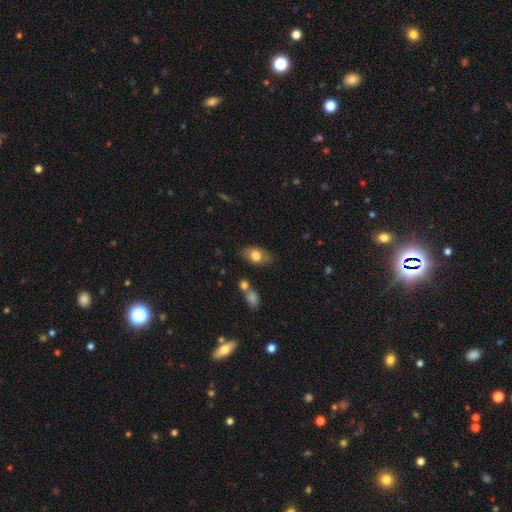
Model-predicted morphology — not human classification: This appears to be a smooth galaxy with no disk features (74%) that is in between round and cigar-shaped (86%). Merging: none (73%).